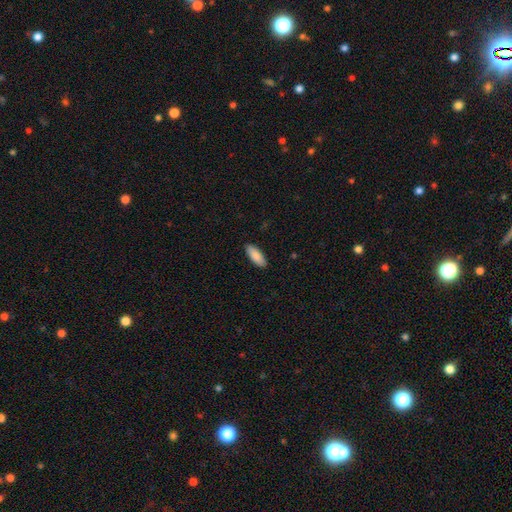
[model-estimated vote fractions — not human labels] smooth 88%, featured or disk 6%, star or artifact 6%. Down the decision tree: how rounded — in between (75%); merging — none (89%).